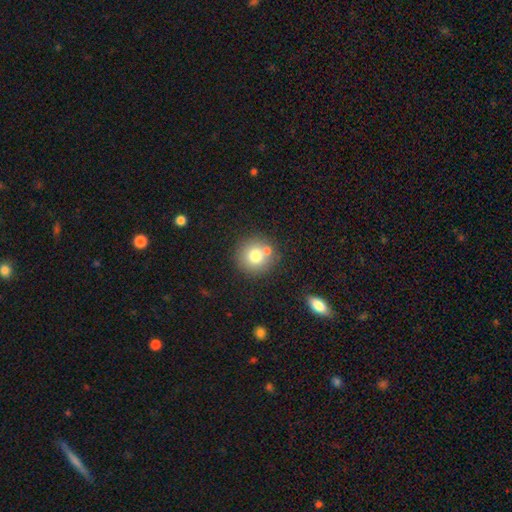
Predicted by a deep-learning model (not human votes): Smooth or featured? Predicted: smooth (p=0.74). How rounded? Predicted: round (p=0.92). Merging? Predicted: none (p=0.69).